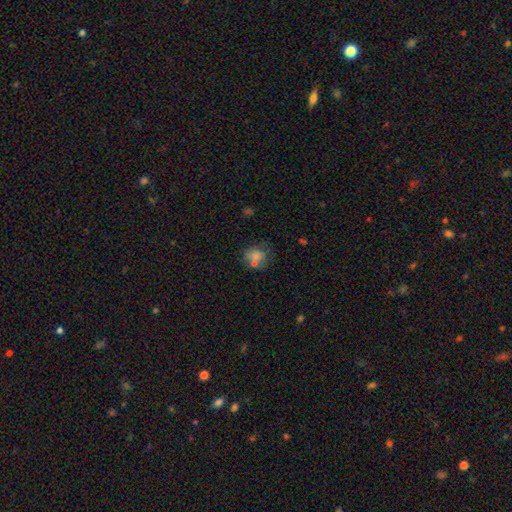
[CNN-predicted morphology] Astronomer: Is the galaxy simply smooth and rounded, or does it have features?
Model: smooth — 65%.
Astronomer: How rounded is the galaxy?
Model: round — 69%.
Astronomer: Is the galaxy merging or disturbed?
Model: none — 54%.